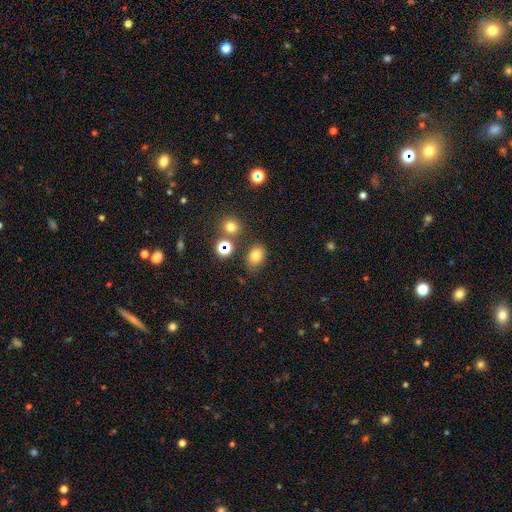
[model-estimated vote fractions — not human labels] smooth-or-featured: smooth: 74% | star or artifact: 16% | featured or disk: 10%
  how-rounded: in between: 64% | round: 35% | cigar-shaped: 1%
  merging: none: 74% | minor disturbance: 15% | merger: 6% | major disturbance: 5%